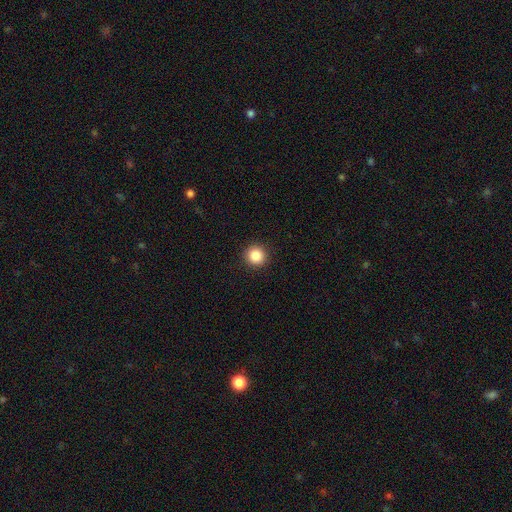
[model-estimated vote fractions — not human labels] Overall: smooth (86%). How rounded: round (95%). Merging: none (93%).